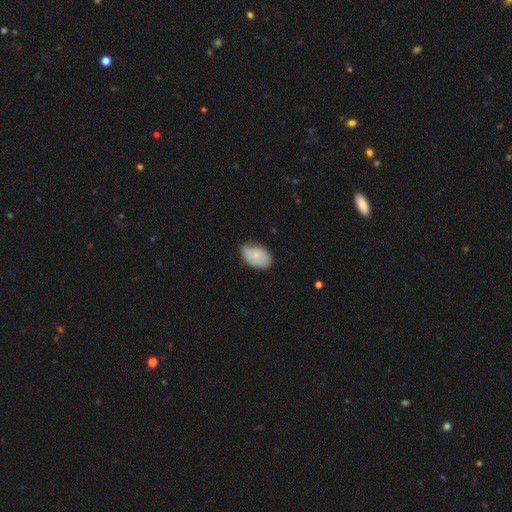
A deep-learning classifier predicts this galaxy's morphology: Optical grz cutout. It shows a smooth galaxy with no disk features (78%) that is in between round and cigar-shaped (90%). Merging: none (68%).